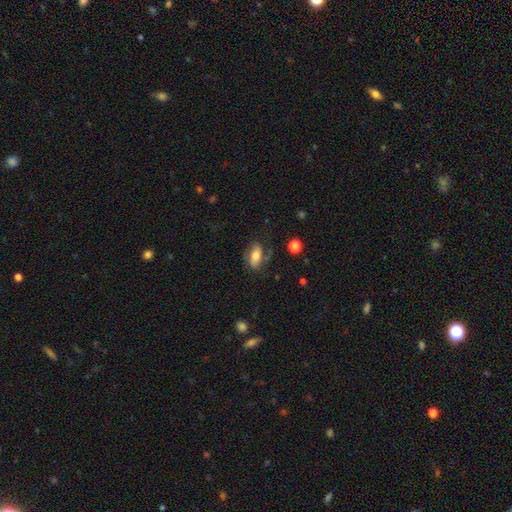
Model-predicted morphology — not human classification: Smooth or featured? smooth (53%)
How rounded? in between (85%)
Merging? none (60%)